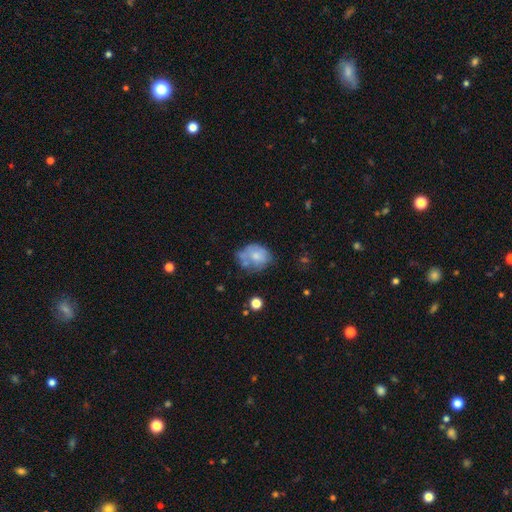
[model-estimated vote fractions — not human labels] This appears to be a smooth galaxy with no disk features (63%) that is round (52%). Merging: none (37%).